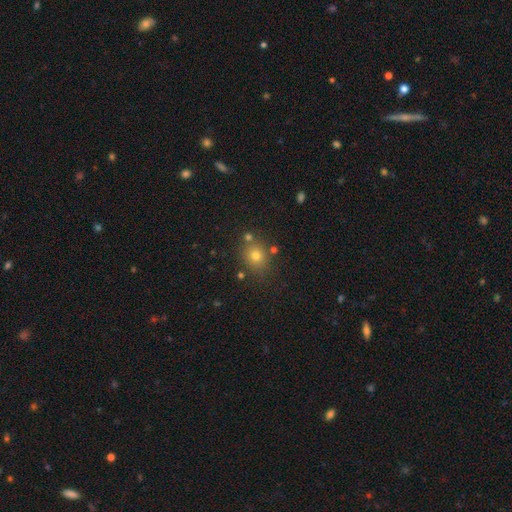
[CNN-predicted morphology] smooth-or-featured: smooth: 71% | star or artifact: 18% | featured or disk: 10%
  how-rounded: round: 73% | in between: 26% | cigar-shaped: 1%
  merging: none: 78% | minor disturbance: 10% | merger: 9% | major disturbance: 3%